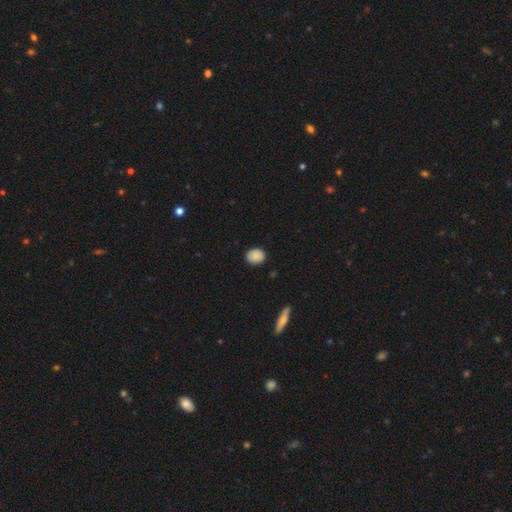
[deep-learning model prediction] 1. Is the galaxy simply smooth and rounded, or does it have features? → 86% smooth, 8% star or artifact, 6% featured or disk.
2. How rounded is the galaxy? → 66% round, 33% in between, 1% cigar-shaped.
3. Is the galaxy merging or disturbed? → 86% none, 11% minor disturbance, 2% major disturbance, 1% merger.